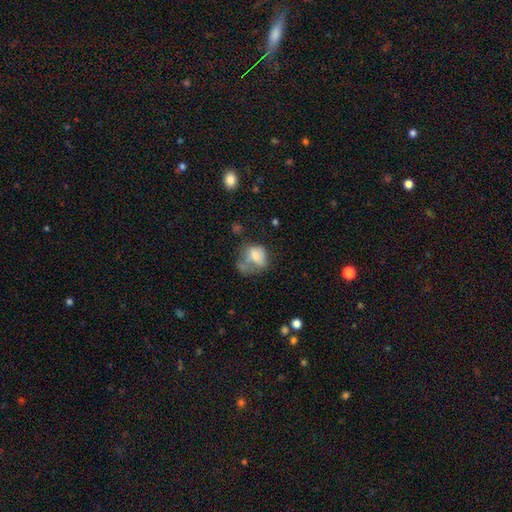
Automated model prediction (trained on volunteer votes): Smooth or featured? Predicted: smooth (p=0.63). How rounded? Predicted: in between (p=0.60). Merging? Predicted: major disturbance (p=0.35).